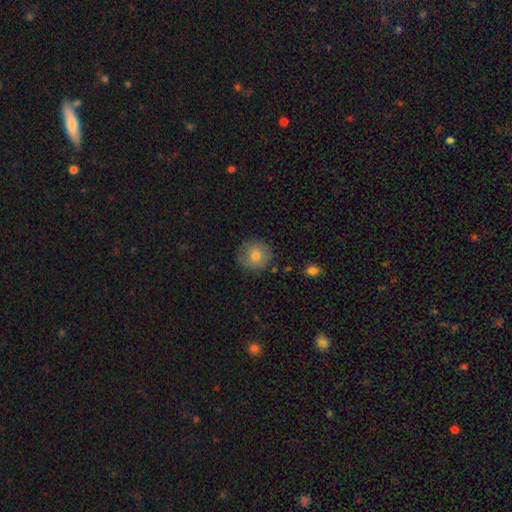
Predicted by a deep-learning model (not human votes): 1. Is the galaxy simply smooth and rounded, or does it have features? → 72% smooth, 19% featured or disk, 9% star or artifact.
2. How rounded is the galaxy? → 90% round, 9% in between, 1% cigar-shaped.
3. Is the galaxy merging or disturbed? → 80% none, 15% minor disturbance, 4% major disturbance, 1% merger.